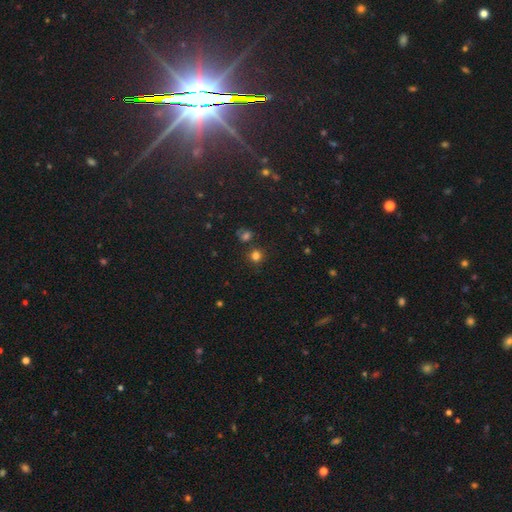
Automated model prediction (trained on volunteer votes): smooth_or_featured: smooth (p=0.76) [alt: star or artifact p=0.19]
how_rounded: round (p=0.89) [alt: in between p=0.10]
merging: none (p=0.81) [alt: minor disturbance p=0.08]